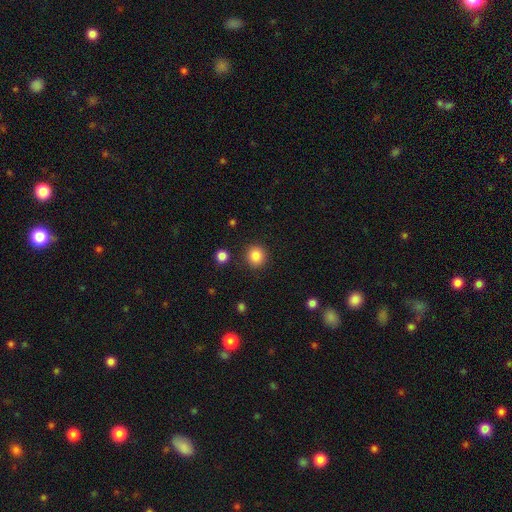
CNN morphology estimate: smooth_or_featured: smooth (p=0.85) [alt: star or artifact p=0.10]
how_rounded: round (p=0.90) [alt: in between p=0.09]
merging: none (p=0.90) [alt: minor disturbance p=0.06]